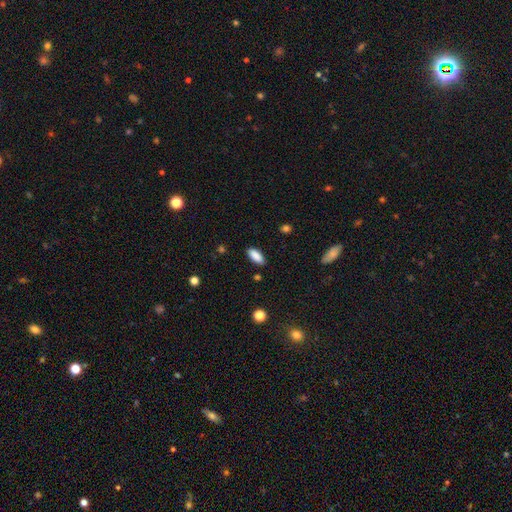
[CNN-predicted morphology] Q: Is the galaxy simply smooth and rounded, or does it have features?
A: smooth — 88%.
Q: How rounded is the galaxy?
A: in between — 83%.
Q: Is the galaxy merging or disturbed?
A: none — 87%.